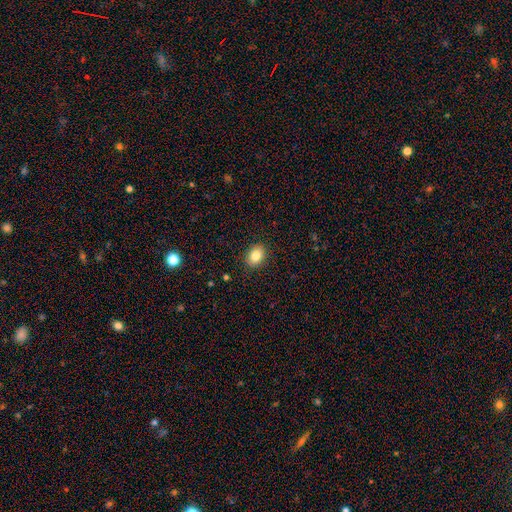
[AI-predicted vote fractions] smooth_or_featured: smooth (p=0.84) [alt: star or artifact p=0.09]
how_rounded: in between (p=0.61) [alt: round p=0.39]
merging: none (p=0.89) [alt: minor disturbance p=0.08]